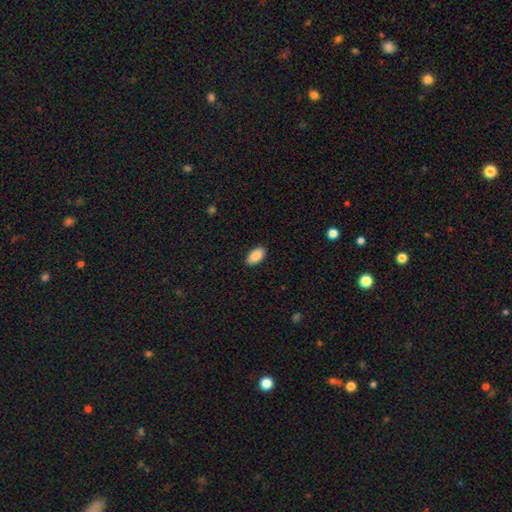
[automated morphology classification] Q: Smooth or featured?
A: smooth (88%); runner-up: star or artifact (7%)
Q: How rounded?
A: in between (95%); runner-up: round (3%)
Q: Merging?
A: none (89%); runner-up: minor disturbance (8%)